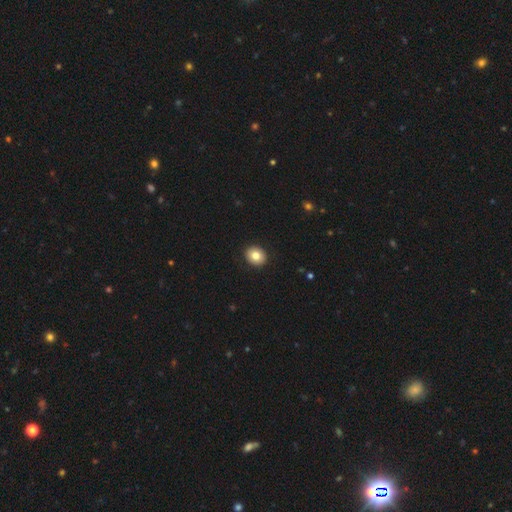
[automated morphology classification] smooth 82%, featured or disk 9%, star or artifact 9%. Down the decision tree: how rounded — round (65%); merging — none (92%).